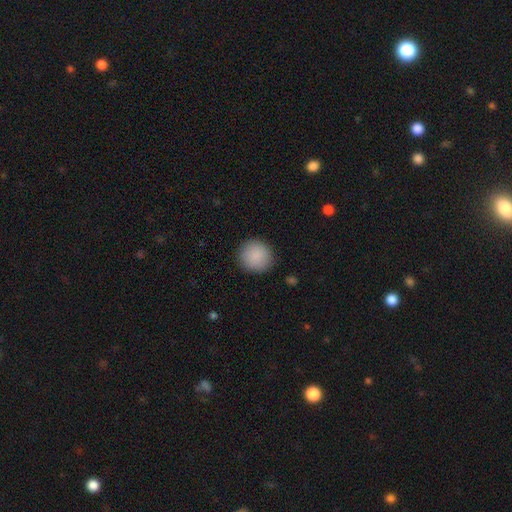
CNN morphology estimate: The model was most divided on "smooth or featured": smooth: 89%, star or artifact: 7%, featured or disk: 4%. More confident: how rounded — round (91%); merging — none (90%).